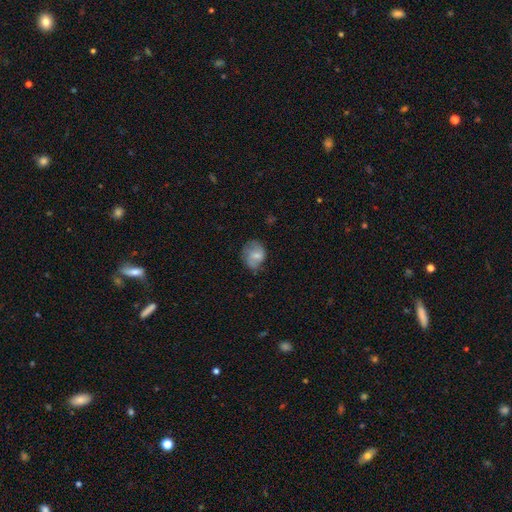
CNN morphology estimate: Smooth or featured: smooth — 57% (featured or disk — 35%)
How rounded: round — 53% (in between — 46%)
Merging: none — 58% (minor disturbance — 28%)